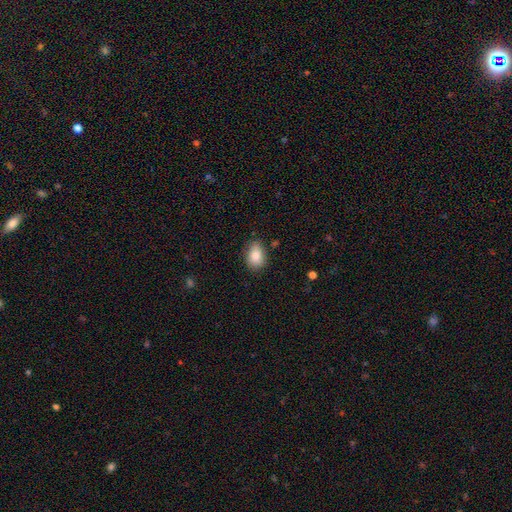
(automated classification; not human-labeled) The model was most divided on "how rounded": in between: 81%, round: 18%, cigar-shaped: 1%. More confident: smooth or featured — smooth (85%); merging — none (80%).